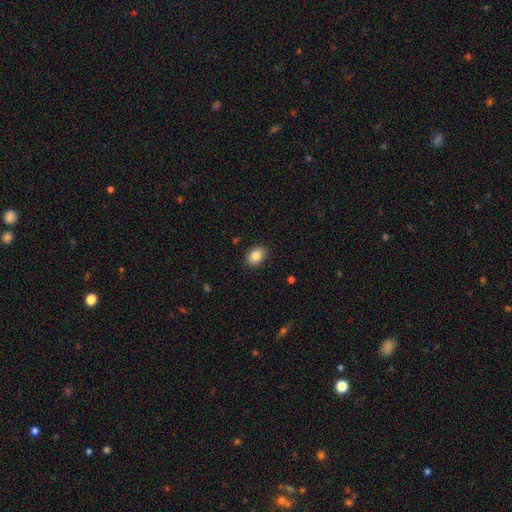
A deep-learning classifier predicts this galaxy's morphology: Smooth or featured: smooth — 86% (star or artifact — 8%)
How rounded: in between — 79% (round — 20%)
Merging: none — 88% (minor disturbance — 9%)